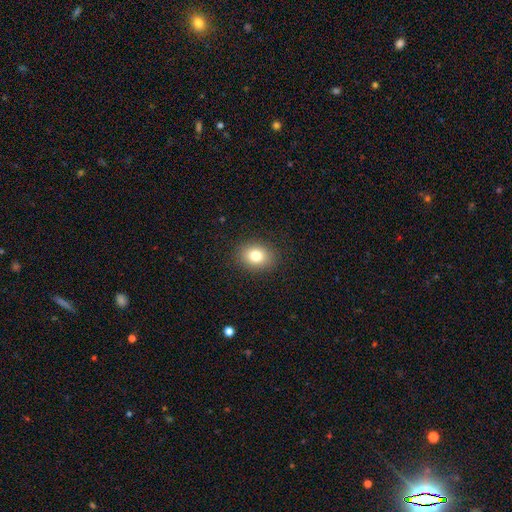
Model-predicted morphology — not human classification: type=smooth (80%); roundness=in between (52%); merging=none (89%).